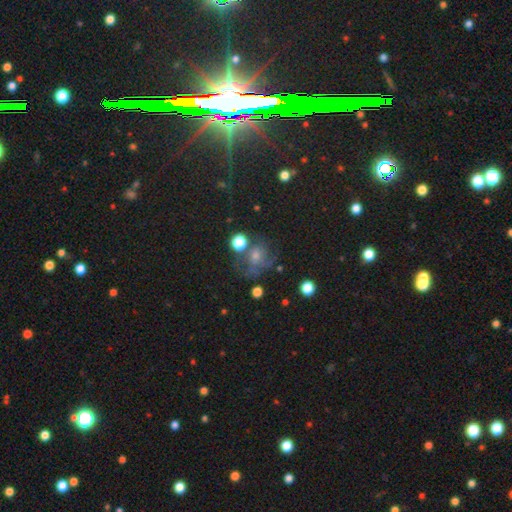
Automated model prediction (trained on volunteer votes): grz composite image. It shows a star or artifact, not a galaxy (38%).